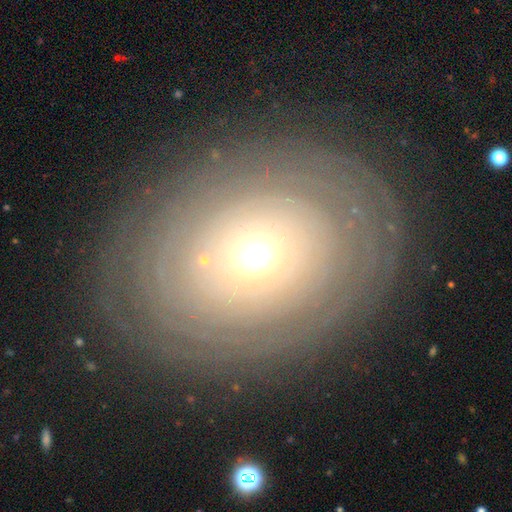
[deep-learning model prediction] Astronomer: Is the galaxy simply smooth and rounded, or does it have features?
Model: featured or disk — 66%.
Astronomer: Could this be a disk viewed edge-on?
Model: no — 94%.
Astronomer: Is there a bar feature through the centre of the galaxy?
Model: no — 86%.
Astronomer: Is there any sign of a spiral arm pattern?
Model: yes — 66%.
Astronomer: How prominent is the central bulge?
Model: moderate — 50% (runner-up: small, 38%).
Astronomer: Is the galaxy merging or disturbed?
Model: none — 80%.